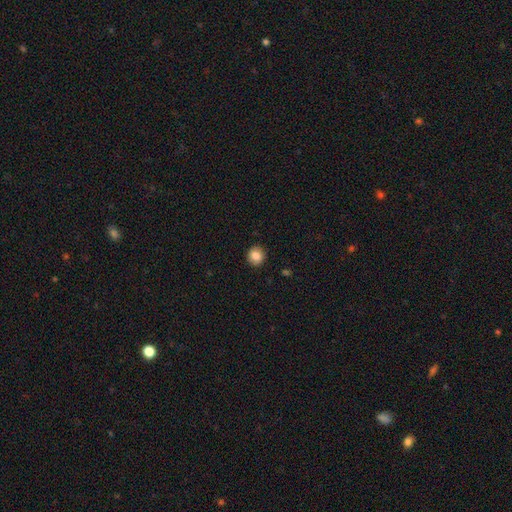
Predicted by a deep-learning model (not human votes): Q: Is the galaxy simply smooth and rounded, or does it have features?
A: smooth — 85%.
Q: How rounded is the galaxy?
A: round — 84%.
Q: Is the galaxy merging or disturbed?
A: none — 90%.